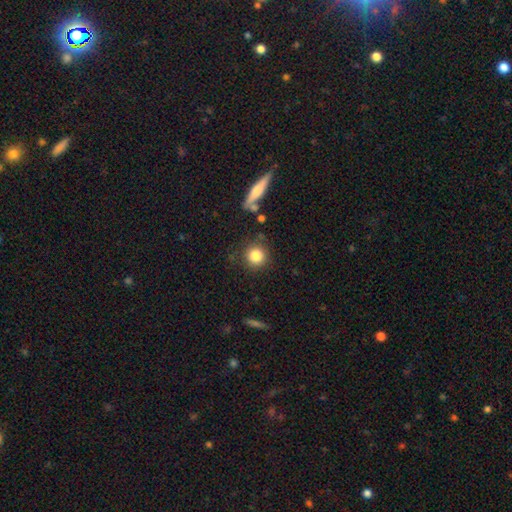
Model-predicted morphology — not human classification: Smooth or featured? Predicted: smooth (p=0.84). How rounded? Predicted: round (p=0.91). Merging? Predicted: none (p=0.83).